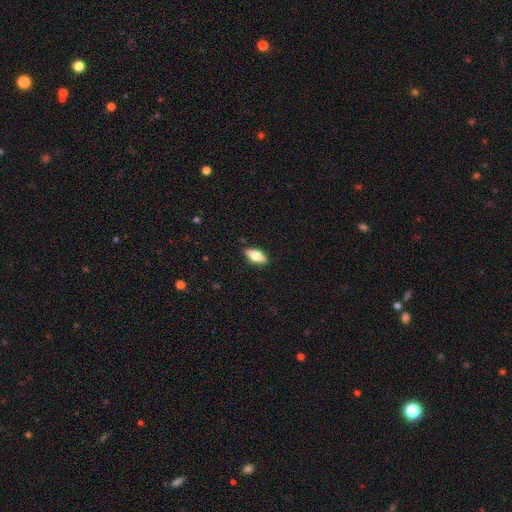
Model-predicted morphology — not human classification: Smooth or featured: smooth — 67% (featured or disk — 26%)
How rounded: in between — 79% (cigar-shaped — 18%)
Merging: none — 87% (minor disturbance — 10%)